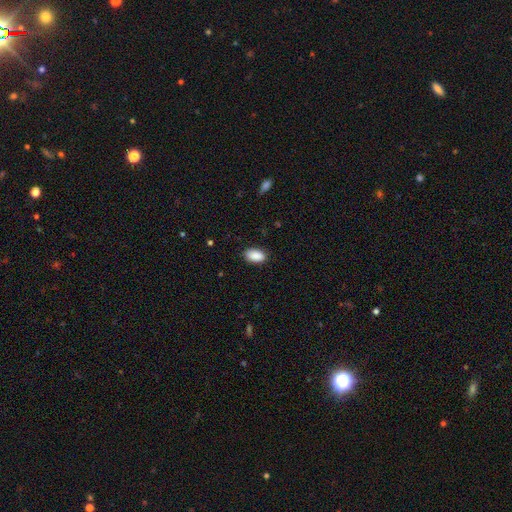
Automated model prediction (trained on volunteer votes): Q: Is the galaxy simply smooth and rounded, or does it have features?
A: smooth — 90%.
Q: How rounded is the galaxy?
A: in between — 94%.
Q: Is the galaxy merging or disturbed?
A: none — 87%.